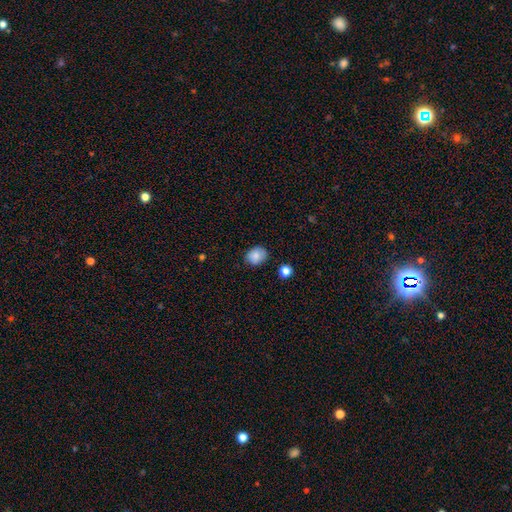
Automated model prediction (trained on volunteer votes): smooth 84%, star or artifact 9%, featured or disk 8%. Down the decision tree: how rounded — round (55%); merging — none (78%).